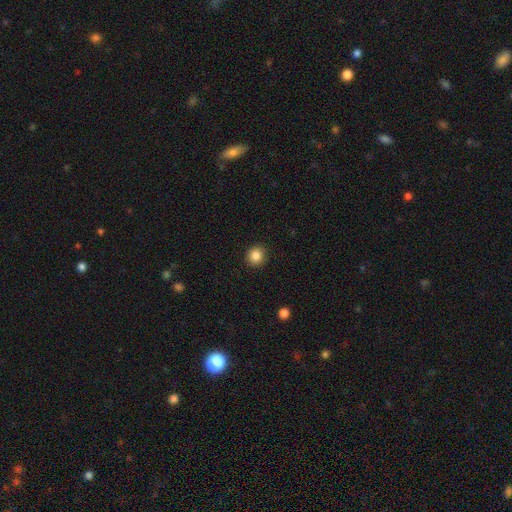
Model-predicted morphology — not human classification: smooth 86%, star or artifact 10%, featured or disk 4%. Down the decision tree: how rounded — round (87%); merging — none (91%).